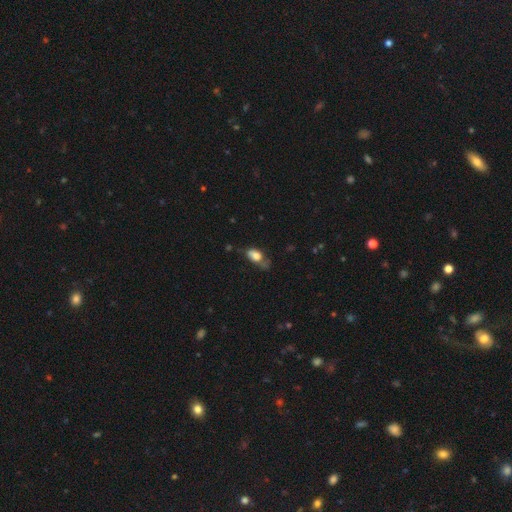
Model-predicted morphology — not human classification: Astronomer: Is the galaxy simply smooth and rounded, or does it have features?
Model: smooth — 73%.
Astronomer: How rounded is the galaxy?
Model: in between — 88%.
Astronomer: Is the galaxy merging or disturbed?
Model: none — 35% (runner-up: minor disturbance, 34%).